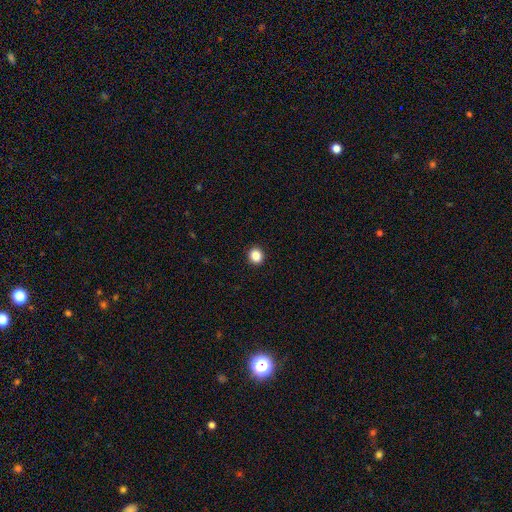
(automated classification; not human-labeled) This is clearly a smooth galaxy (86%). How rounded: clearly round (87%). Merging: clearly none (93%).